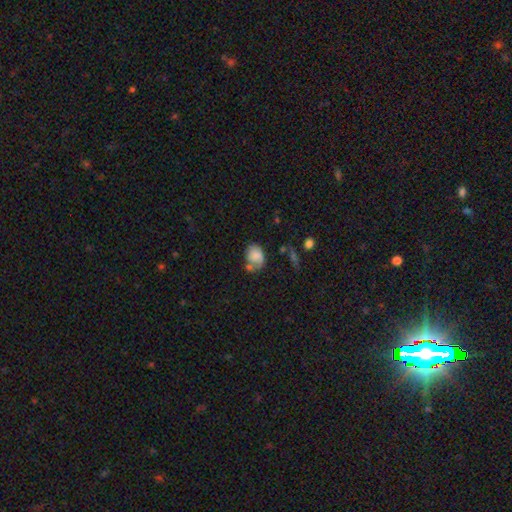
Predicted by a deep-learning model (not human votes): A smooth galaxy with no disk features (74%) that is in between round and cigar-shaped (58%).

Vote fractions:
- Smooth or featured? smooth: 74% / featured or disk: 17% / star or artifact: 9%
- How rounded? in between: 58% / round: 41% / cigar-shaped: 1%
- Merging? none: 38% / minor disturbance: 25% / merger: 23% / major disturbance: 15%